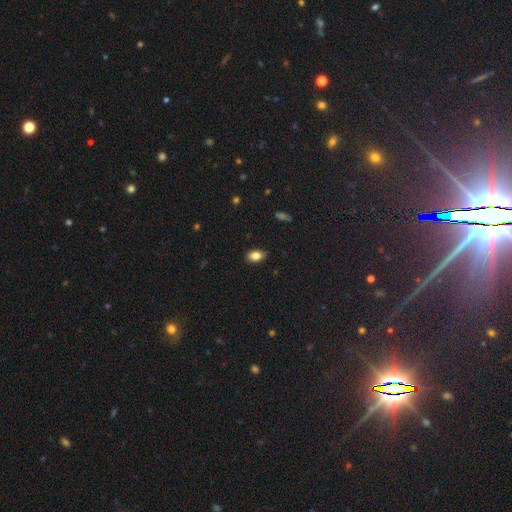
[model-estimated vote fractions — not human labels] Q: Smooth or featured?
A: smooth (84%); runner-up: star or artifact (9%)
Q: How rounded?
A: in between (86%); runner-up: round (12%)
Q: Merging?
A: none (87%); runner-up: minor disturbance (10%)